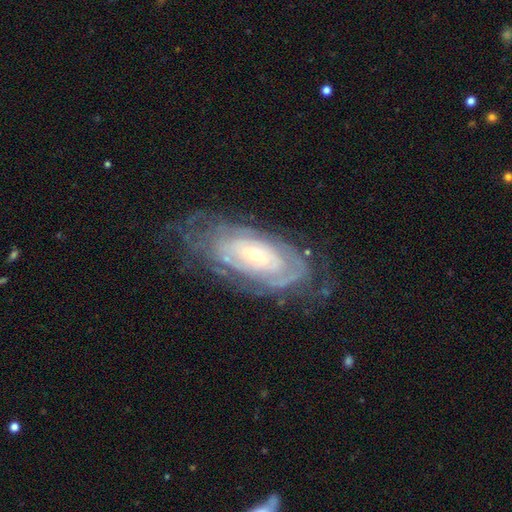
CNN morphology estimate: smooth-or-featured: featured or disk: 80% | smooth: 13% | star or artifact: 6%
  disk-edge-on: no: 92% | yes: 8%
    bar: no: 80% | weak: 14% | strong: 6%
    has-spiral-arms: yes: 83% | no: 17%
      spiral-winding: tight: 80% | medium: 15% | loose: 5%
      spiral-arm-count: can't tell: 59% | 2: 14% | 4: 8% | 3: 7% | more than 4: 7% | 1: 5%
    bulge-size: small: 73% | moderate: 22% | large: 2% | dominant: 1% | none: 1%
  merging: none: 67% | minor disturbance: 20% | major disturbance: 11% | merger: 2%